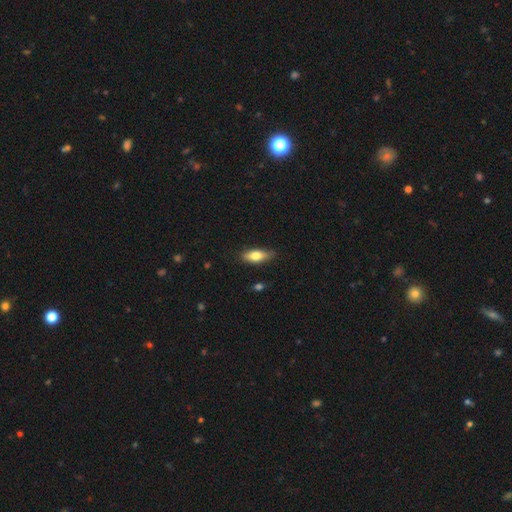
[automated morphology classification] A smooth galaxy with no disk features (73%) that is in between round and cigar-shaped (72%).

Vote fractions:
- Smooth or featured? smooth: 73% / featured or disk: 20% / star or artifact: 7%
- How rounded? in between: 72% / cigar-shaped: 25% / round: 3%
- Merging? none: 78% / minor disturbance: 17% / major disturbance: 3% / merger: 2%